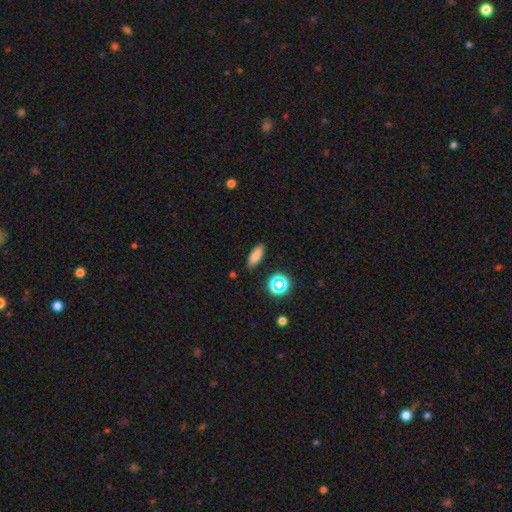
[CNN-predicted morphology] Overall: smooth (80%). How rounded: in between (70%). Merging: none (86%).